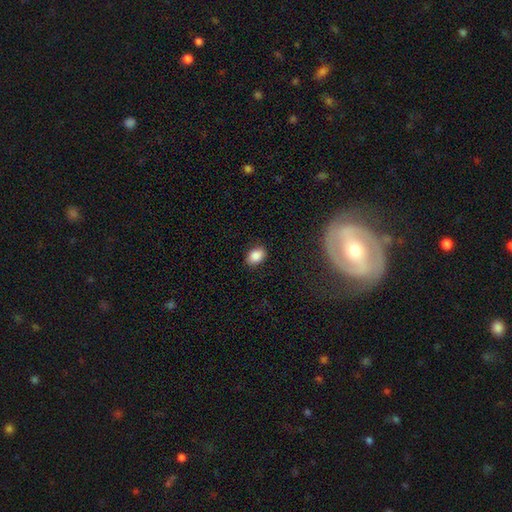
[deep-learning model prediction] A smooth galaxy with no disk features (87%) that is in between round and cigar-shaped (82%). Merging: none (86%).